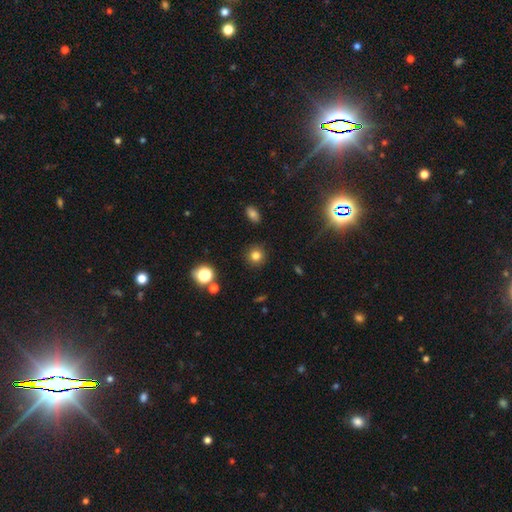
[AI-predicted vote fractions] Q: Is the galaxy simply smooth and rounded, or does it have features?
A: smooth — 79%.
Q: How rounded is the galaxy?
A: round — 93%.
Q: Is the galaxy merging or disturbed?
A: none — 90%.